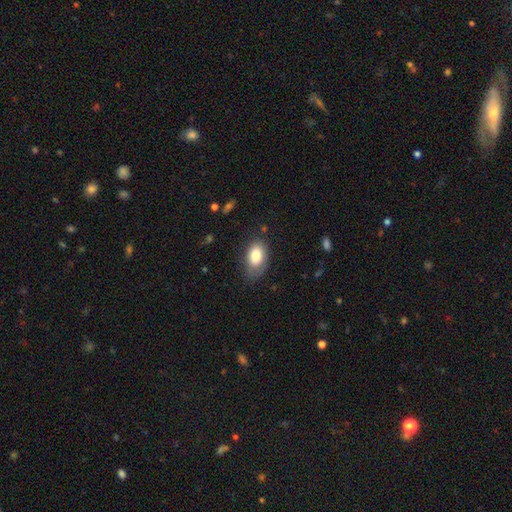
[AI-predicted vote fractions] smooth 79%, featured or disk 14%, star or artifact 7%. Down the decision tree: how rounded — in between (92%); merging — none (59%).